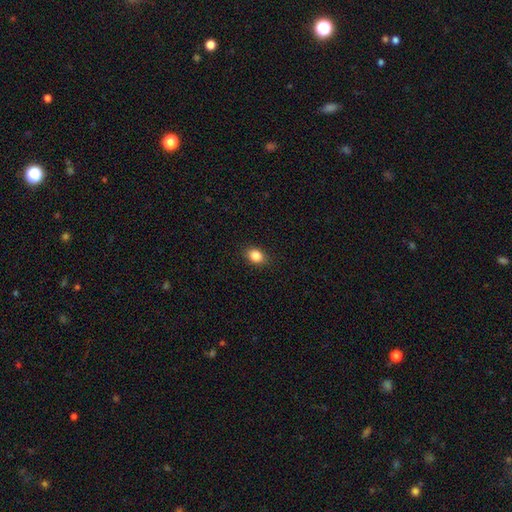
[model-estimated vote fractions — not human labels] Smooth or featured? smooth (86%)
How rounded? in between (62%)
Merging? none (87%)